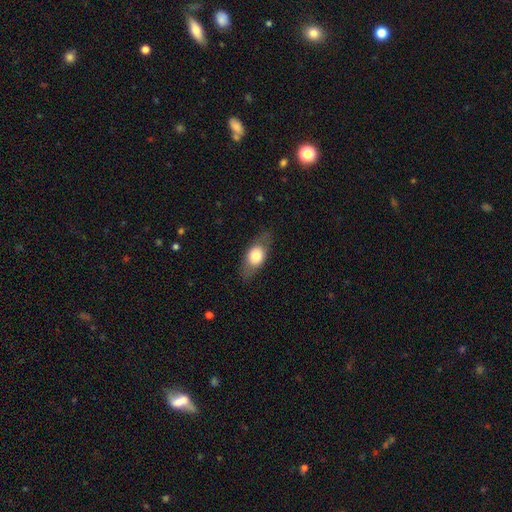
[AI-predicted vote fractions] Smooth or featured? Predicted: smooth (p=0.65). How rounded? Predicted: in between (p=0.73). Merging? Predicted: none (p=0.78).